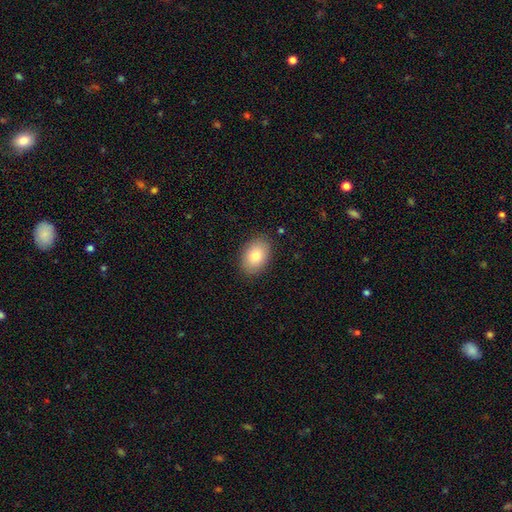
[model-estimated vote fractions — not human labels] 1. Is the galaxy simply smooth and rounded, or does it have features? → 81% smooth, 12% featured or disk, 8% star or artifact.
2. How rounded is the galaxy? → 84% in between, 15% round, 1% cigar-shaped.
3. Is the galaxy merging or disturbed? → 87% none, 10% minor disturbance, 2% major disturbance, 1% merger.